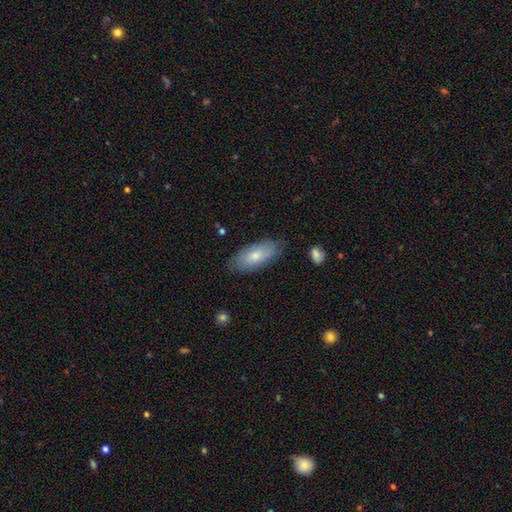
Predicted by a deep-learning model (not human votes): A smooth galaxy with no disk features (73%) that is in between round and cigar-shaped (85%).

Vote fractions:
- Smooth or featured? smooth: 73% / featured or disk: 21% / star or artifact: 6%
- How rounded? in between: 85% / cigar-shaped: 13% / round: 2%
- Merging? none: 79% / minor disturbance: 16% / major disturbance: 3% / merger: 2%